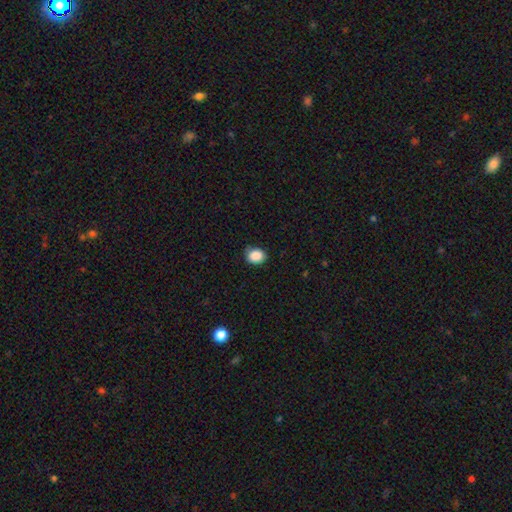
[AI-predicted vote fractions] Smooth or featured?
  - smooth: 88% *
  - star or artifact: 9%
  - featured or disk: 3%
How rounded?
  - round: 57% *
  - in between: 42%
  - cigar-shaped: 1%
Merging?
  - none: 77% *
  - minor disturbance: 19%
  - major disturbance: 3%
  - merger: 1%